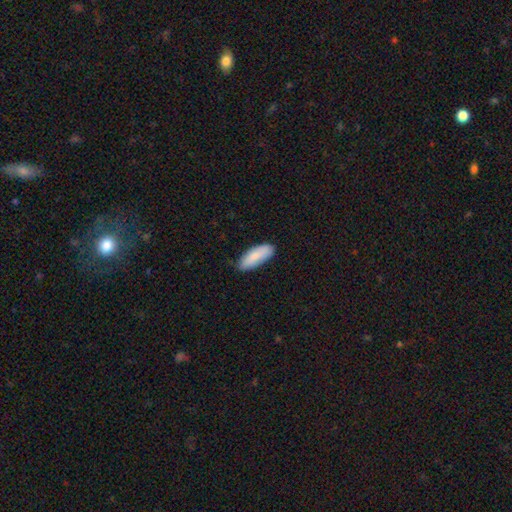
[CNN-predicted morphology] Q: Smooth or featured?
A: smooth (85%); runner-up: featured or disk (10%)
Q: How rounded?
A: in between (75%); runner-up: cigar-shaped (23%)
Q: Merging?
A: none (80%); runner-up: minor disturbance (17%)